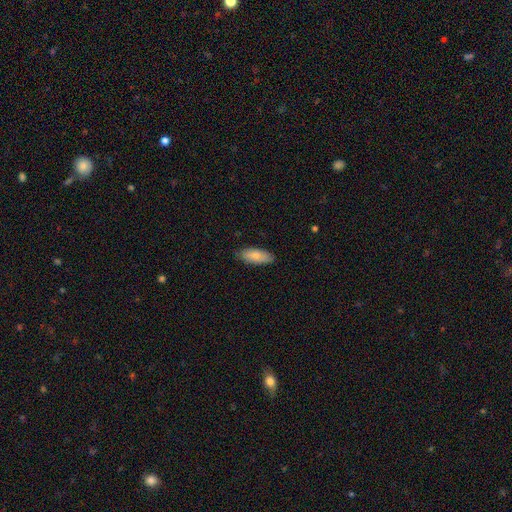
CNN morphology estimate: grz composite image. It shows a smooth galaxy with no disk features (82%) that is in between round and cigar-shaped (78%). Merging: none (84%).